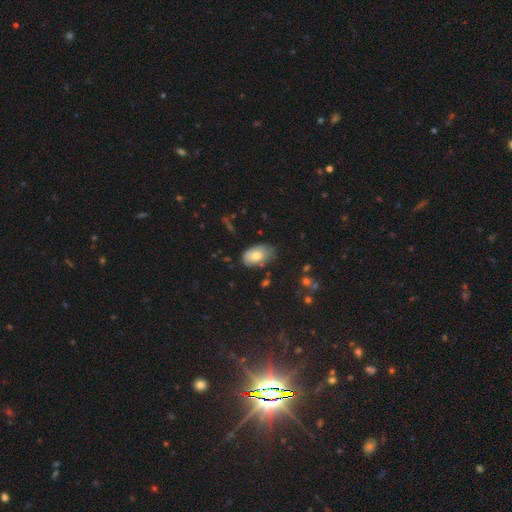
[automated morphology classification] This is likely a smooth galaxy (73%). How rounded: clearly in between (91%). Merging: possibly none (59%).